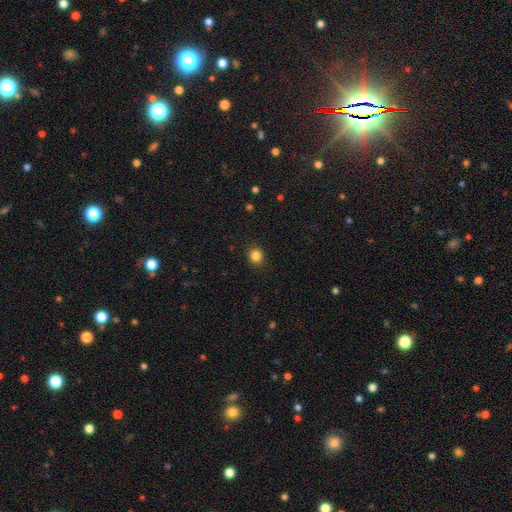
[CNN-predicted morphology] Smooth or featured: smooth — 84% (star or artifact — 12%)
How rounded: round — 80% (in between — 20%)
Merging: none — 89% (minor disturbance — 8%)